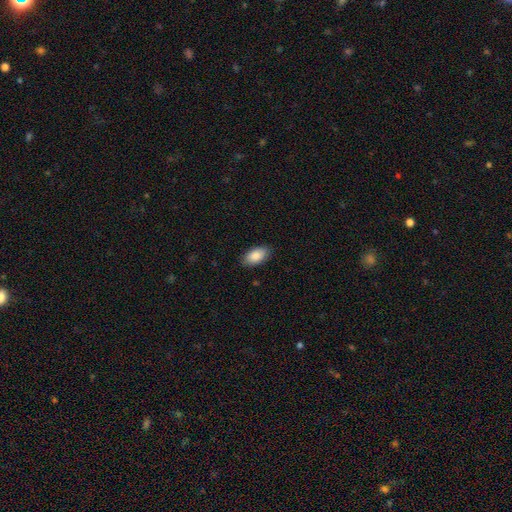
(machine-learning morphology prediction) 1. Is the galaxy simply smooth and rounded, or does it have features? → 88% smooth, 6% star or artifact, 6% featured or disk.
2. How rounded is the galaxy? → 94% in between, 3% round, 3% cigar-shaped.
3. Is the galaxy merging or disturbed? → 88% none, 9% minor disturbance, 2% major disturbance, 1% merger.